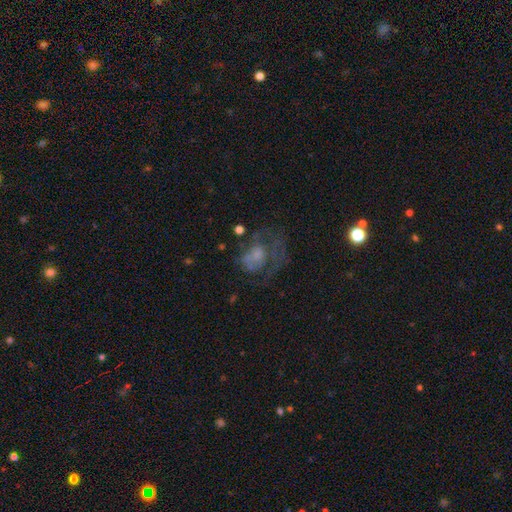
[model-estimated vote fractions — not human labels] Smooth or featured? Predicted: featured or disk (p=0.48). Merging? Predicted: major disturbance (p=0.49).